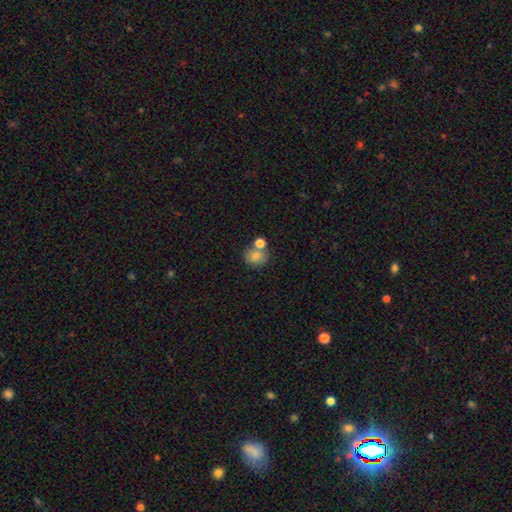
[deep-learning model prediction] Q: Smooth or featured?
A: smooth (80%); runner-up: star or artifact (10%)
Q: How rounded?
A: round (76%); runner-up: in between (23%)
Q: Merging?
A: none (54%); runner-up: merger (30%)